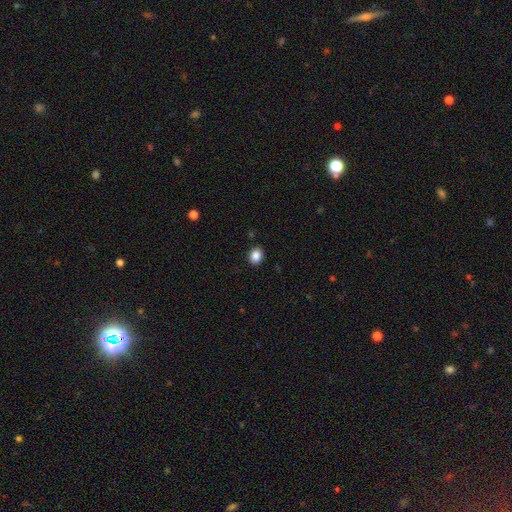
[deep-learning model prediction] smooth_or_featured: smooth (p=0.87) [alt: star or artifact p=0.09]
how_rounded: round (p=0.54) [alt: in between p=0.45]
merging: none (p=0.90) [alt: minor disturbance p=0.07]